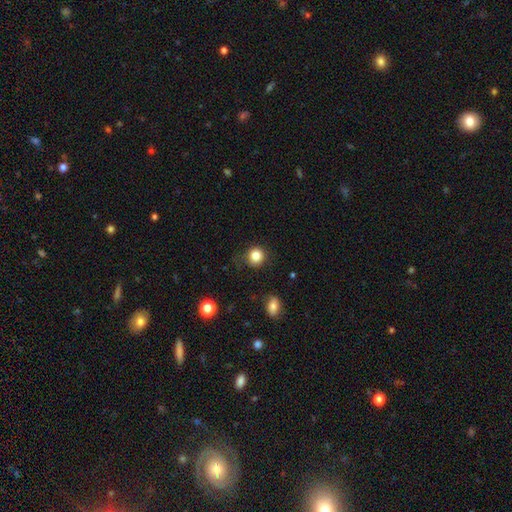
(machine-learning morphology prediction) smooth 83%, star or artifact 11%, featured or disk 6%. Down the decision tree: how rounded — round (88%); merging — none (79%).